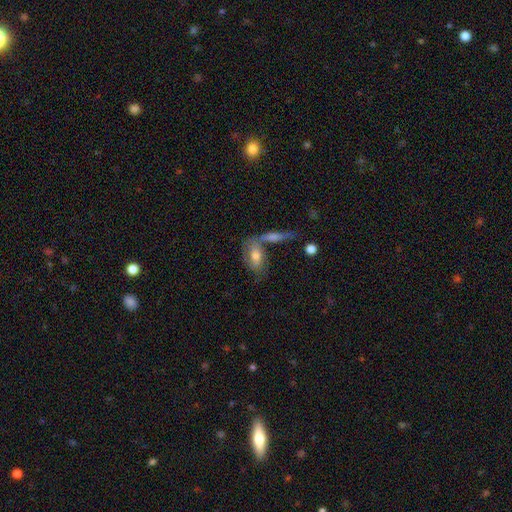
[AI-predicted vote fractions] A smooth galaxy with no disk features (57%) that is in between round and cigar-shaped (79%).

Vote fractions:
- Smooth or featured? smooth: 57% / featured or disk: 36% / star or artifact: 7%
- How rounded? in between: 79% / cigar-shaped: 15% / round: 5%
- Merging? none: 44% / merger: 34% / minor disturbance: 15% / major disturbance: 7%